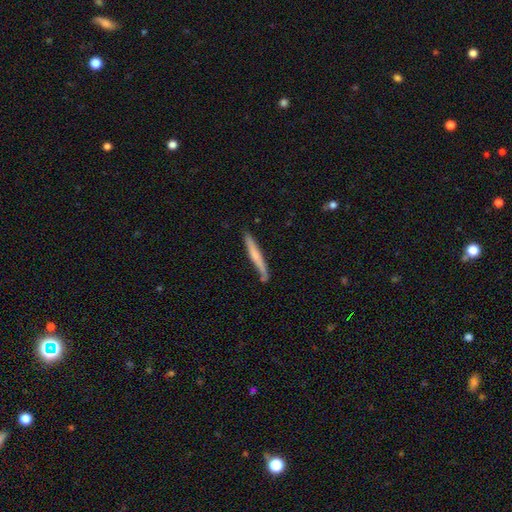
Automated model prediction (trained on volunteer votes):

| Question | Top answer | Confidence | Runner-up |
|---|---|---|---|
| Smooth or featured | smooth | 55% | featured or disk (40%) |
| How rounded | cigar-shaped | 96% | in between (3%) |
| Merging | none | 79% | minor disturbance (16%) |